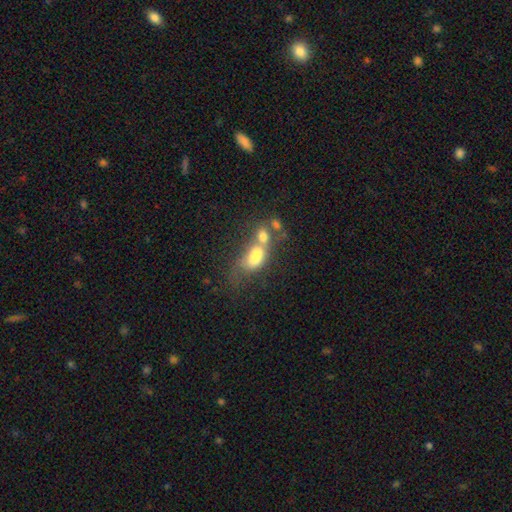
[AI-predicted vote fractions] A smooth galaxy with no disk features (64%) that is in between round and cigar-shaped (75%). Merging: merger (68%).